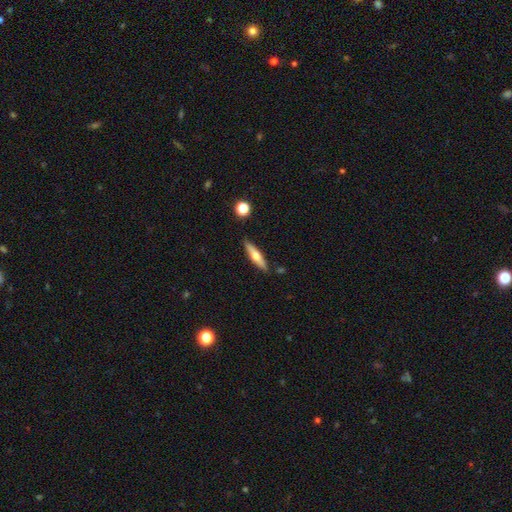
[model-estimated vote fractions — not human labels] Morphology: type=featured or disk (50%); edge-on=yes (92%); merging=none (86%).